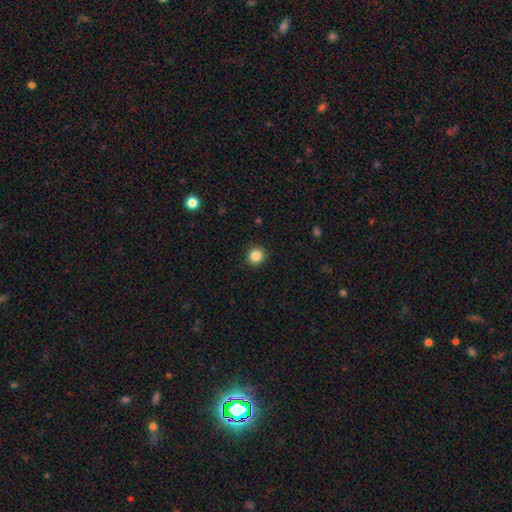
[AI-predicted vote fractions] A smooth galaxy with no disk features (86%) that is round (93%). Merging: none (91%).